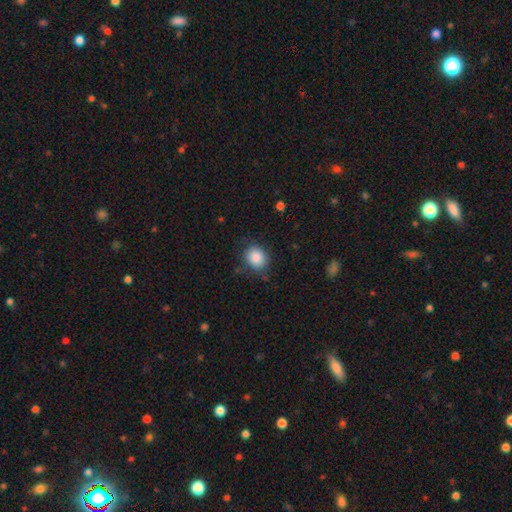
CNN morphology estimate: Smooth or featured?
  - smooth: 87% *
  - star or artifact: 9%
  - featured or disk: 4%
How rounded?
  - round: 68% *
  - in between: 31%
  - cigar-shaped: 1%
Merging?
  - none: 79% *
  - minor disturbance: 15%
  - major disturbance: 4%
  - merger: 2%